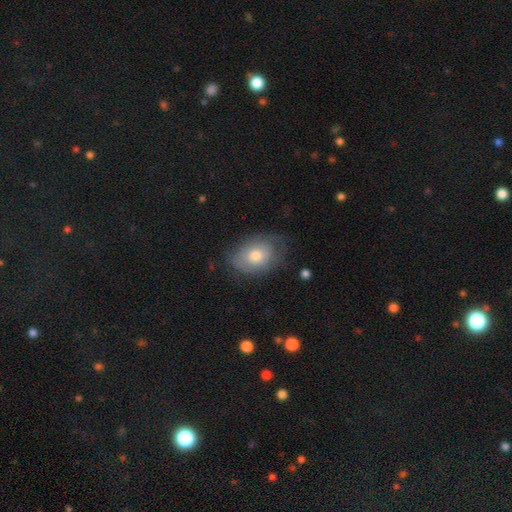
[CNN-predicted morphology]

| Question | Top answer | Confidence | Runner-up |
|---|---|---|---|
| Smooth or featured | smooth | 62% | featured or disk (30%) |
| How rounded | in between | 70% | round (29%) |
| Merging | none | 61% | minor disturbance (27%) |